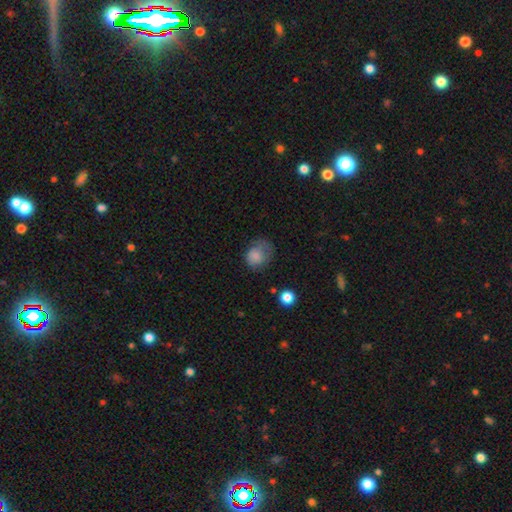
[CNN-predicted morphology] type=smooth (80%); roundness=round (52%); merging=none (38%).